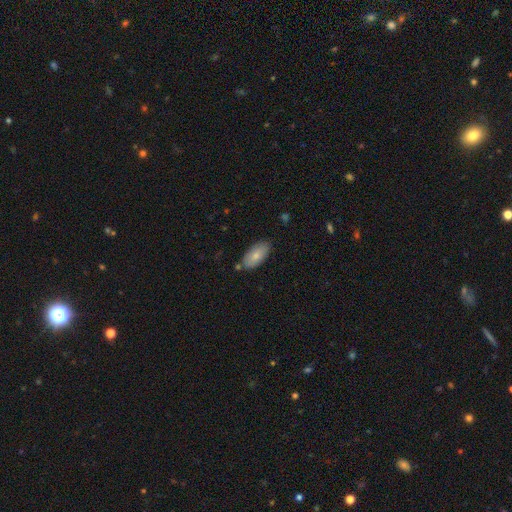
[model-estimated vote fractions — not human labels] Morphology: type=smooth (78%); roundness=in between (92%); merging=none (80%).